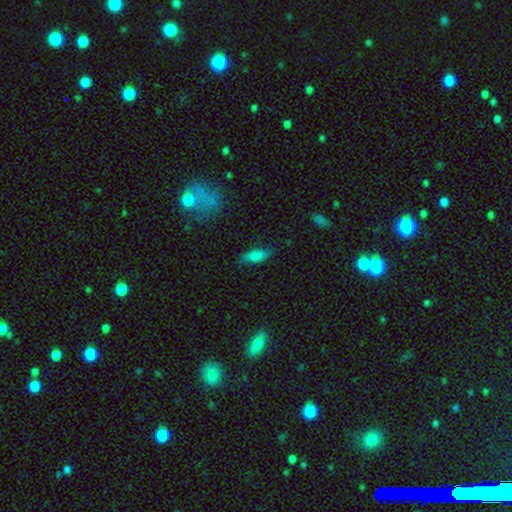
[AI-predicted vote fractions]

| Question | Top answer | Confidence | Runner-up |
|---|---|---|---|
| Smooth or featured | smooth | 73% | featured or disk (19%) |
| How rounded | in between | 63% | cigar-shaped (34%) |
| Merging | none | 73% | minor disturbance (21%) |